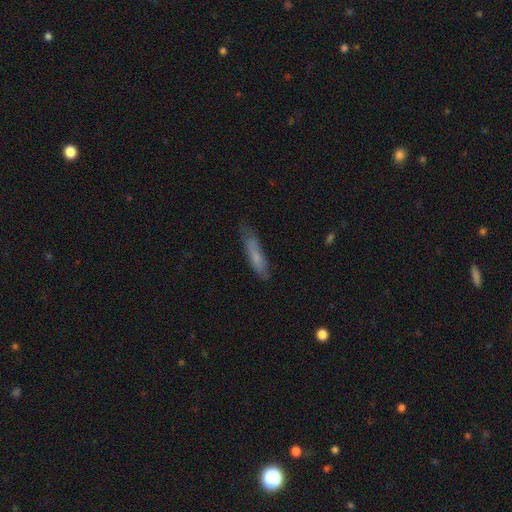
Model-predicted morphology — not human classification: The model was most divided on "smooth or featured": smooth: 69%, featured or disk: 24%, star or artifact: 7%. More confident: how rounded — cigar-shaped (83%); merging — none (72%).